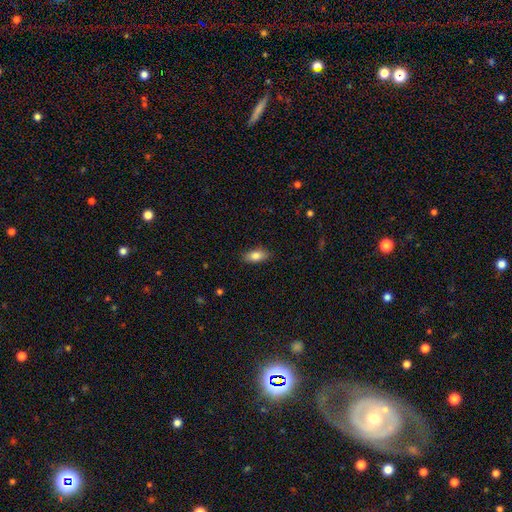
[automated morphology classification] Smooth or featured?
  - smooth: 84% *
  - featured or disk: 9%
  - star or artifact: 7%
How rounded?
  - in between: 87% *
  - cigar-shaped: 10%
  - round: 3%
Merging?
  - none: 86% *
  - minor disturbance: 10%
  - major disturbance: 2%
  - merger: 1%